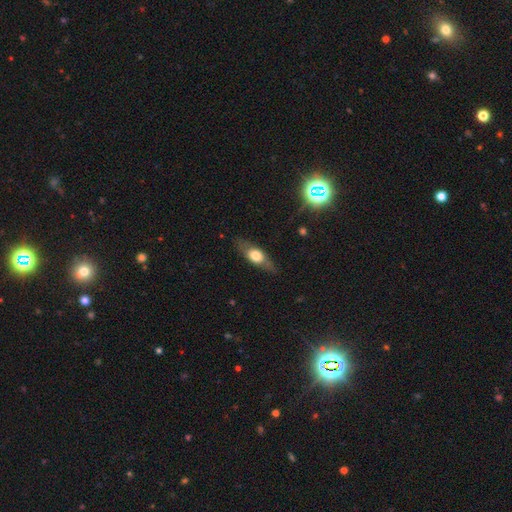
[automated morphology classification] Overall: smooth (49%; featured or disk 44%). Merging: none (77%).